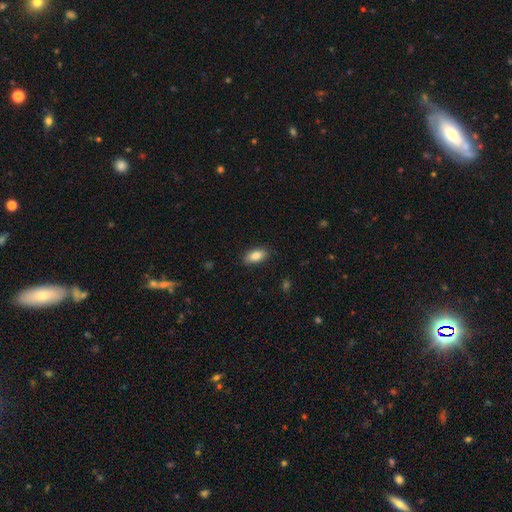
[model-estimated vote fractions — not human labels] Overall: smooth (86%). How rounded: in between (89%). Merging: none (86%).